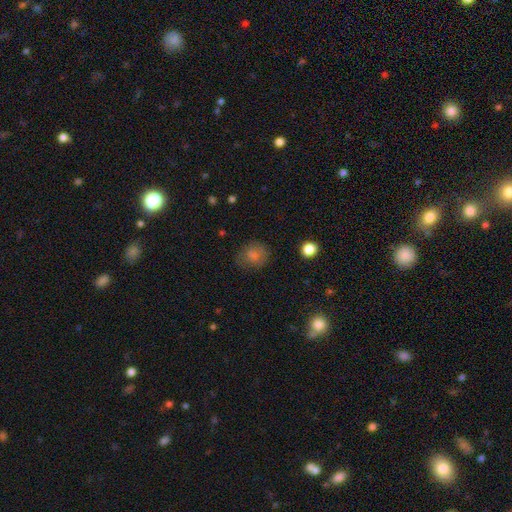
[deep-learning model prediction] Morphology: type=smooth (65%); roundness=round (75%); merging=none (77%).